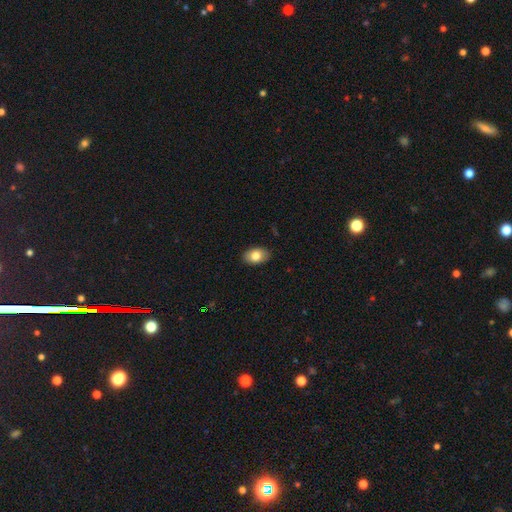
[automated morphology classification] Smooth or featured? smooth (81%)
How rounded? in between (86%)
Merging? none (88%)